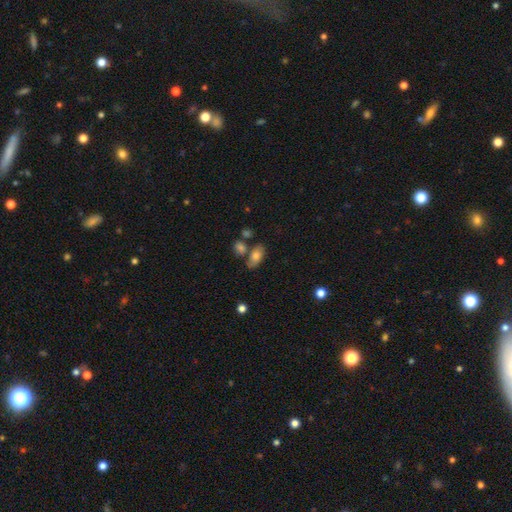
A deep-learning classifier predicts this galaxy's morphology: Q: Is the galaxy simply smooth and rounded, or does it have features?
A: smooth — 76%.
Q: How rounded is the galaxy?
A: in between — 89%.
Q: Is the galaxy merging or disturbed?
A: none — 59%.